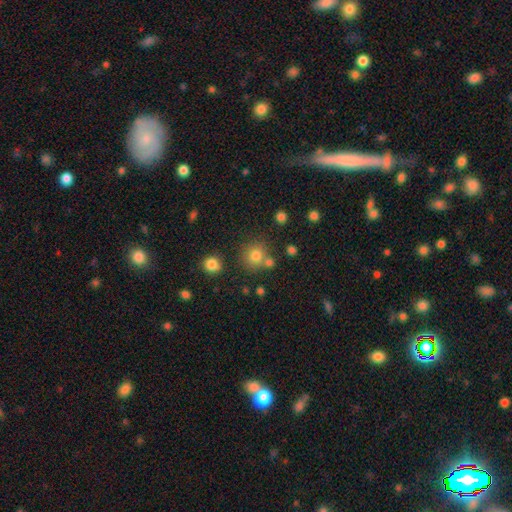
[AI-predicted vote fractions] smooth_or_featured: smooth (p=0.78) [alt: star or artifact p=0.14]
how_rounded: round (p=0.88) [alt: in between p=0.11]
merging: none (p=0.70) [alt: merger p=0.16]